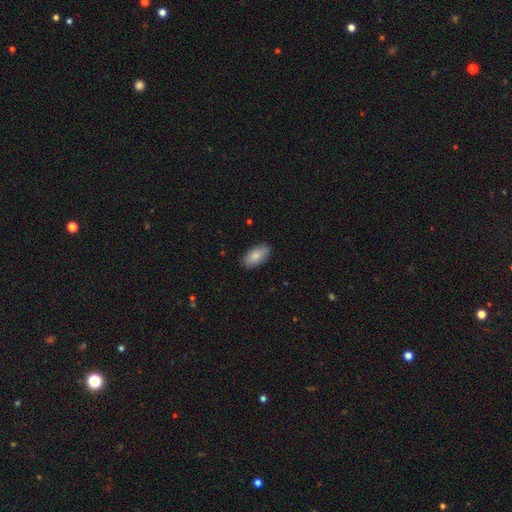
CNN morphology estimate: Smooth or featured: smooth — 85% (featured or disk — 9%)
How rounded: in between — 94% (cigar-shaped — 3%)
Merging: none — 87% (minor disturbance — 10%)